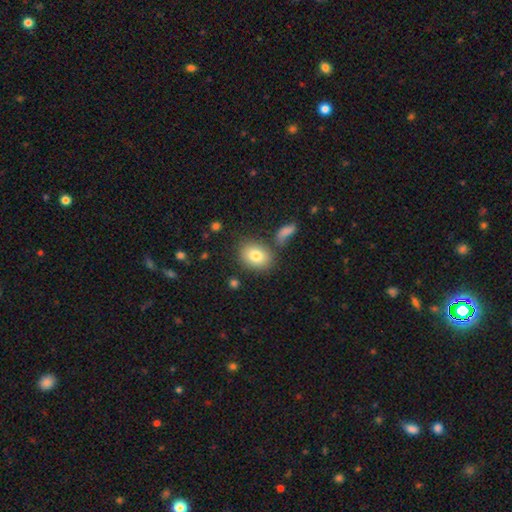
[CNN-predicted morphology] The model was most divided on "how rounded": in between: 58%, round: 41%, cigar-shaped: 1%. More confident: smooth or featured — smooth (80%); merging — none (75%).